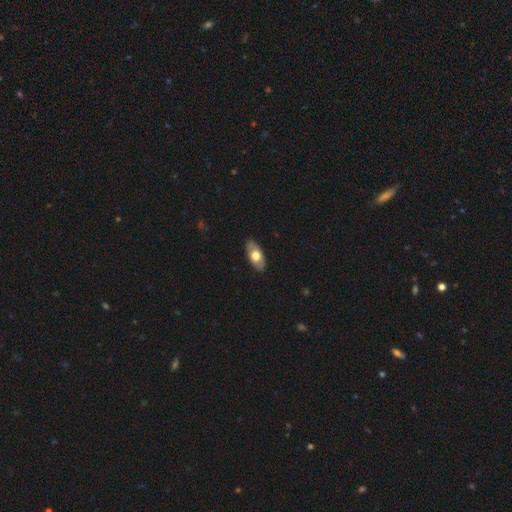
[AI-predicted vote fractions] Morphology: type=smooth (61%); roundness=in between (90%); merging=none (87%).